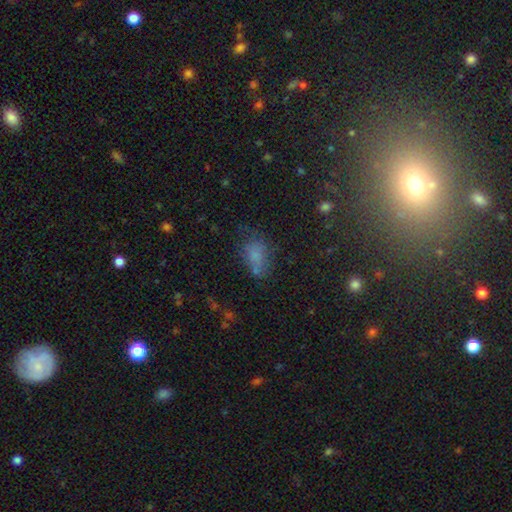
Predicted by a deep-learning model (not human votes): This appears to be a smooth galaxy with no disk features (66%) that is in between round and cigar-shaped (78%). Merging: none (50%).